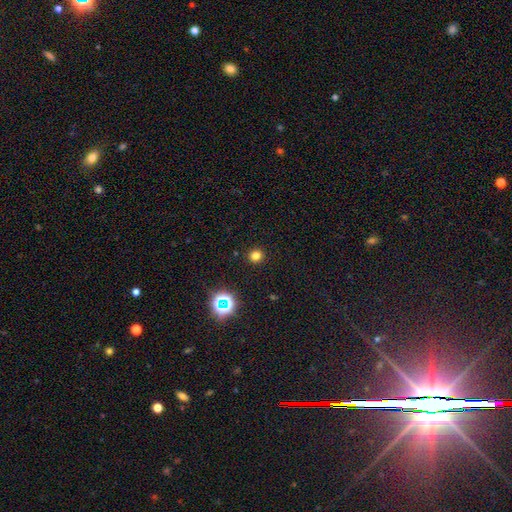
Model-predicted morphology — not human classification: The model was most divided on "smooth or featured": smooth: 76%, star or artifact: 19%, featured or disk: 5%. More confident: merging — none (91%); how rounded — round (89%).